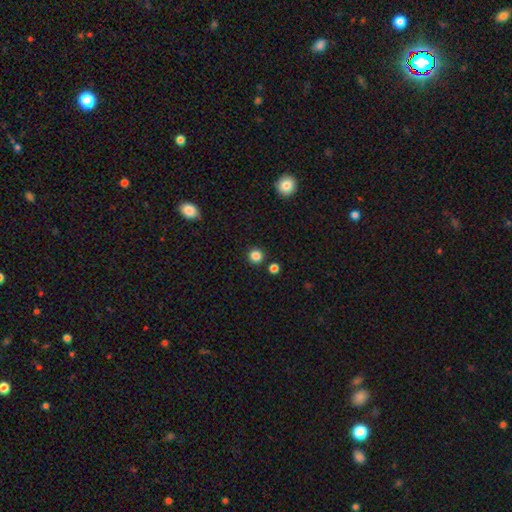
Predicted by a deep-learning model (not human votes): Smooth or featured?
  - smooth: 84% *
  - star or artifact: 12%
  - featured or disk: 4%
How rounded?
  - round: 93% *
  - in between: 6%
  - cigar-shaped: 1%
Merging?
  - none: 88% *
  - minor disturbance: 6%
  - merger: 4%
  - major disturbance: 2%